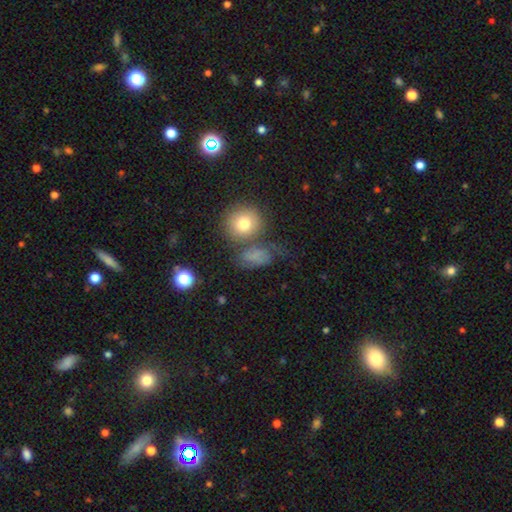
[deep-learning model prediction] Smooth or featured: smooth — 59% (featured or disk — 25%)
How rounded: in between — 64% (round — 32%)
Merging: none — 45% (minor disturbance — 22%)